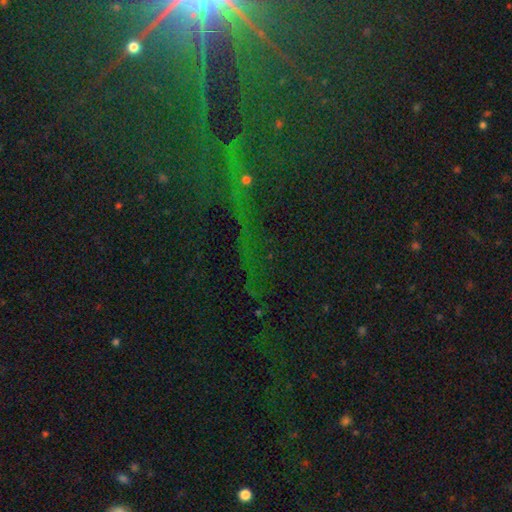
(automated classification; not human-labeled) This is clearly a star or artifact rather than a galaxy (83%).